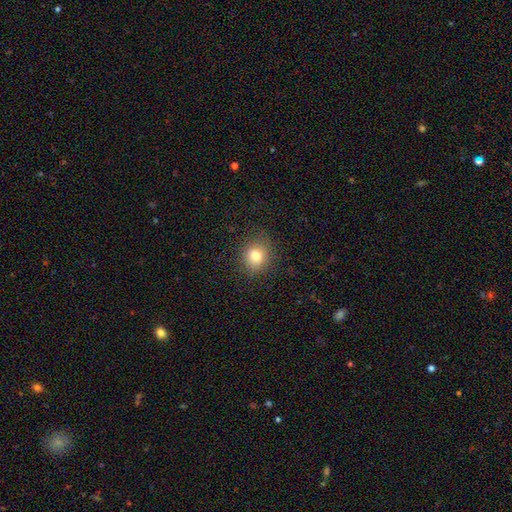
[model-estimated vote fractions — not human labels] smooth_or_featured: smooth (p=0.79) [alt: star or artifact p=0.13]
how_rounded: round (p=0.75) [alt: in between p=0.24]
merging: none (p=0.87) [alt: minor disturbance p=0.09]